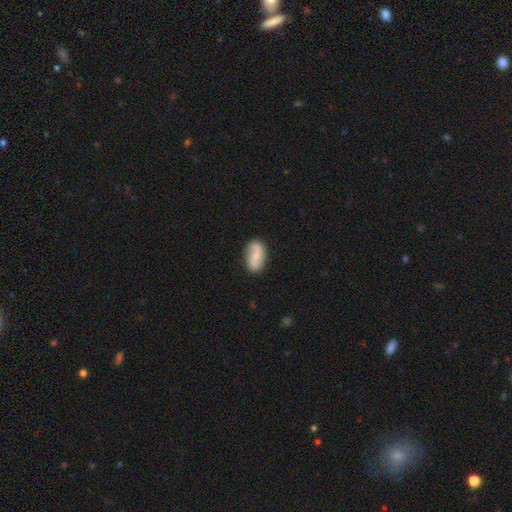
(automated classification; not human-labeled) Smooth or featured: featured or disk — 47% (smooth — 46%)
Merging: none — 79% (minor disturbance — 15%)